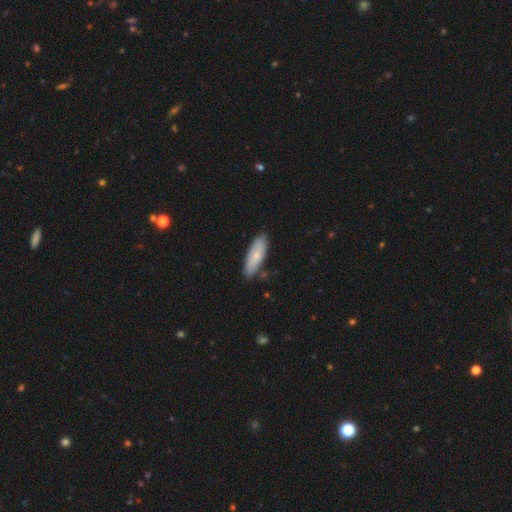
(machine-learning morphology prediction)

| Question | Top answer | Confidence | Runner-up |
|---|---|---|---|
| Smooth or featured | smooth | 74% | featured or disk (20%) |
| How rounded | in between | 57% | cigar-shaped (41%) |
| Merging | none | 80% | minor disturbance (15%) |